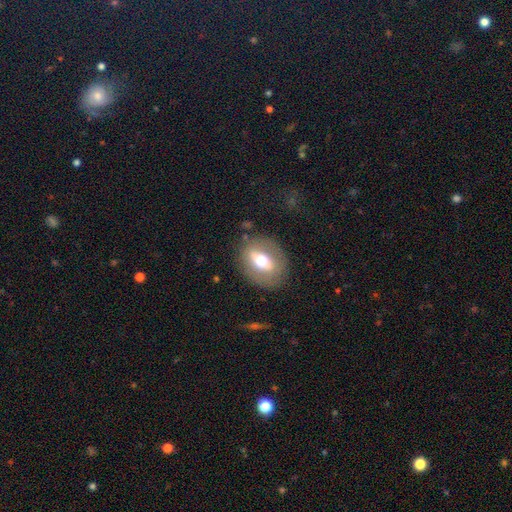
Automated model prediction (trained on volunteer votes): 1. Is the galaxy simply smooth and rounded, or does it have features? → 47% smooth, 44% featured or disk, 8% star or artifact.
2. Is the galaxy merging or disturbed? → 80% none, 12% minor disturbance, 6% major disturbance, 2% merger.